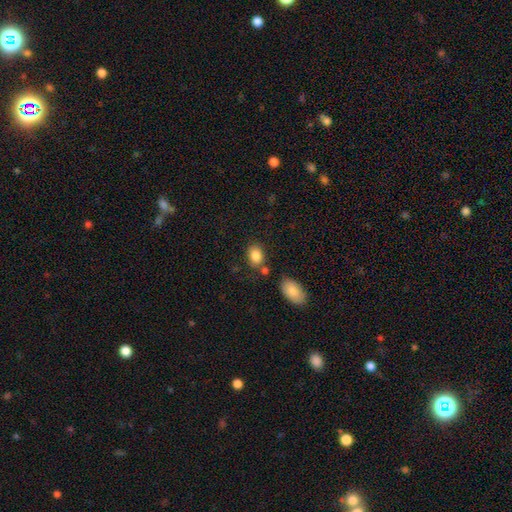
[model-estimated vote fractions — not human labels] This appears to be a smooth galaxy with no disk features (87%) that is in between round and cigar-shaped (72%). Merging: none (72%).